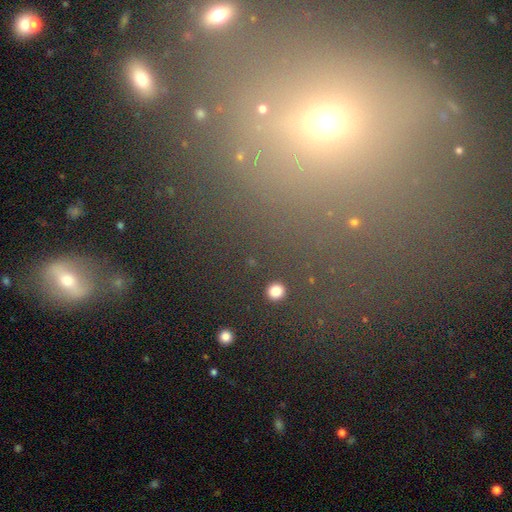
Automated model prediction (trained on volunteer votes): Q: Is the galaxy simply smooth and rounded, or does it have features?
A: star or artifact — 43%.